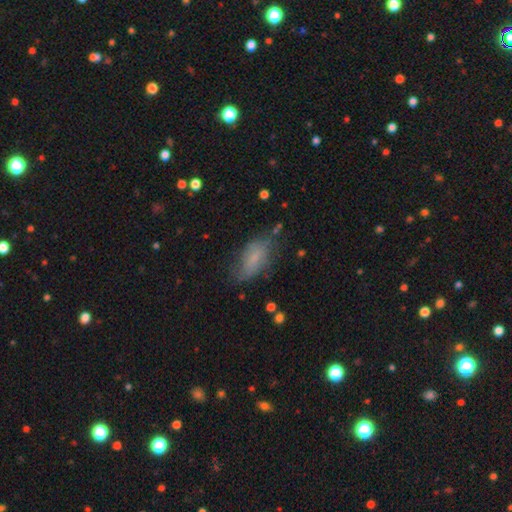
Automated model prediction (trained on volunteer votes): Smooth or featured? smooth (63%)
How rounded? in between (85%)
Merging? none (59%)